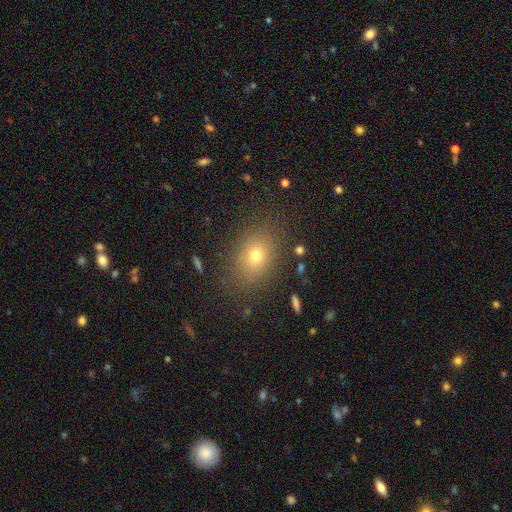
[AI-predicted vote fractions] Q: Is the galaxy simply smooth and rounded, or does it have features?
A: smooth — 72%.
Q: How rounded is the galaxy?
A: in between — 67%.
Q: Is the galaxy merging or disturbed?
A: none — 84%.